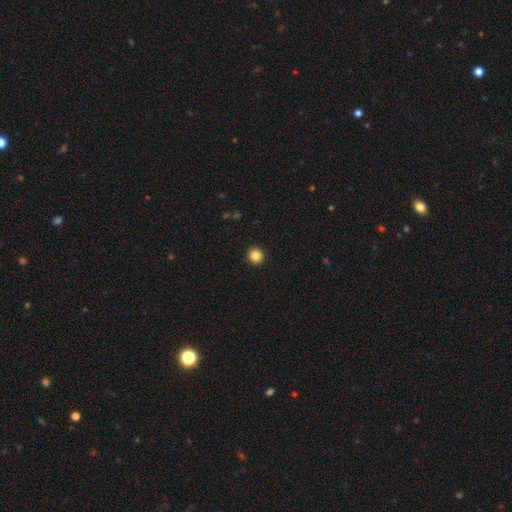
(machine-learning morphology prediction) Smooth or featured?
  - smooth: 85% *
  - star or artifact: 10%
  - featured or disk: 4%
How rounded?
  - round: 95% *
  - in between: 4%
  - cigar-shaped: 1%
Merging?
  - none: 94% *
  - minor disturbance: 4%
  - major disturbance: 1%
  - merger: 1%